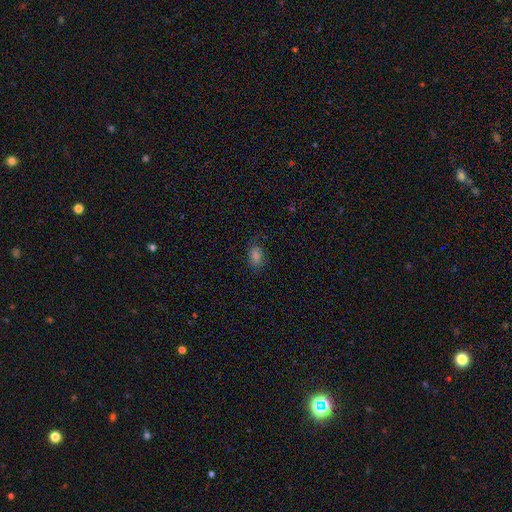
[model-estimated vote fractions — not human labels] This appears to be a smooth galaxy with no disk features (64%) that is in between round and cigar-shaped (78%). Merging: none (75%).